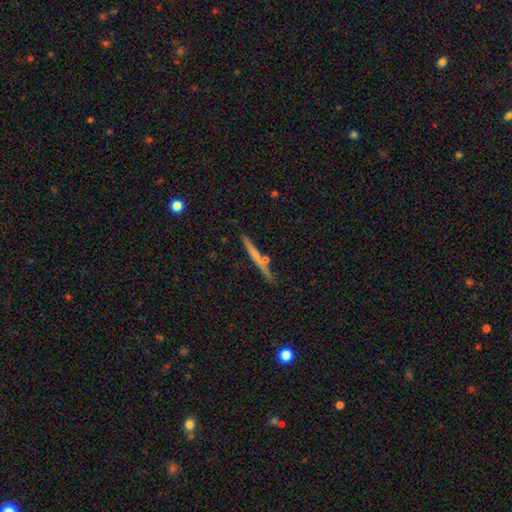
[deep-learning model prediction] Morphology: type=featured or disk (50%); merging=none (82%).